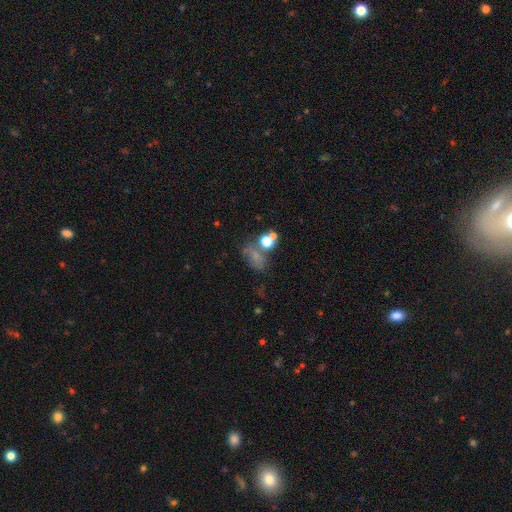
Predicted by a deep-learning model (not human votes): A smooth galaxy with no disk features (52%) that is in between round and cigar-shaped (61%).

Vote fractions:
- Smooth or featured? smooth: 52% / star or artifact: 29% / featured or disk: 19%
- How rounded? in between: 61% / round: 37% / cigar-shaped: 2%
- Merging? none: 42% / merger: 20% / minor disturbance: 19% / major disturbance: 18%